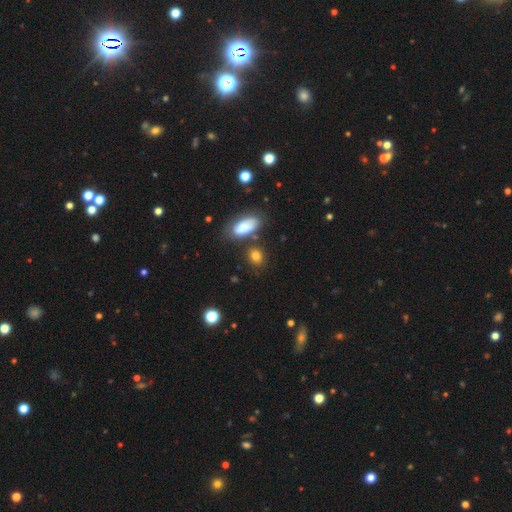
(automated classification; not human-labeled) smooth-or-featured: smooth: 81% | star or artifact: 11% | featured or disk: 8%
  how-rounded: in between: 51% | round: 46% | cigar-shaped: 3%
  merging: none: 73% | minor disturbance: 14% | merger: 9% | major disturbance: 5%